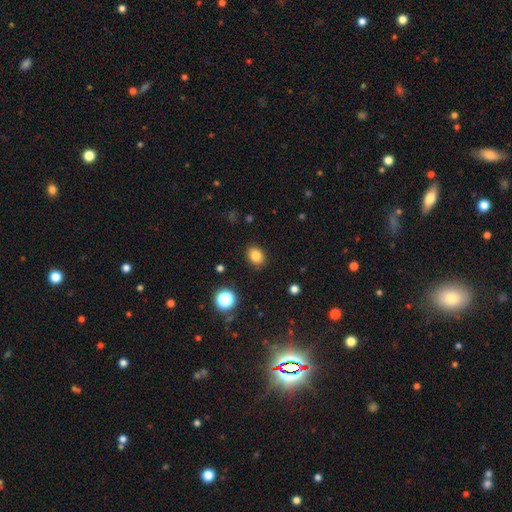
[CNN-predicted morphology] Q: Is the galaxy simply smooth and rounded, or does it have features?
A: smooth — 82%.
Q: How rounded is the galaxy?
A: in between — 59%.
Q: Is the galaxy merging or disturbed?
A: none — 87%.